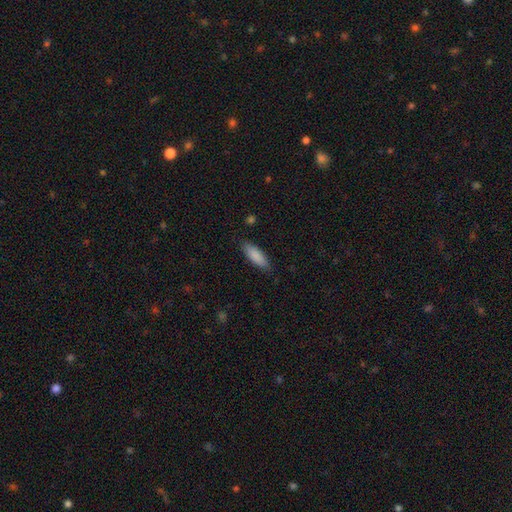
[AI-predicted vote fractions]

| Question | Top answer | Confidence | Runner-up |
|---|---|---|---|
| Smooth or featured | smooth | 88% | featured or disk (6%) |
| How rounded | in between | 61% | cigar-shaped (38%) |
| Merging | none | 84% | minor disturbance (12%) |